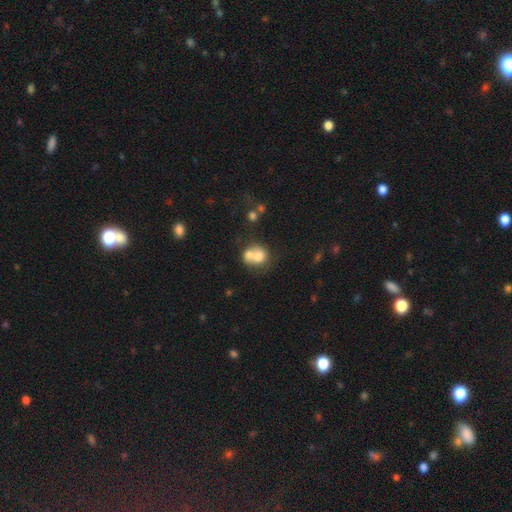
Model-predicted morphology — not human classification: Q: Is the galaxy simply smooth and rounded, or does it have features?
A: smooth — 69%.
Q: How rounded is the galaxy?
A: round — 66%.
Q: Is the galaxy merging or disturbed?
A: merger — 62%.